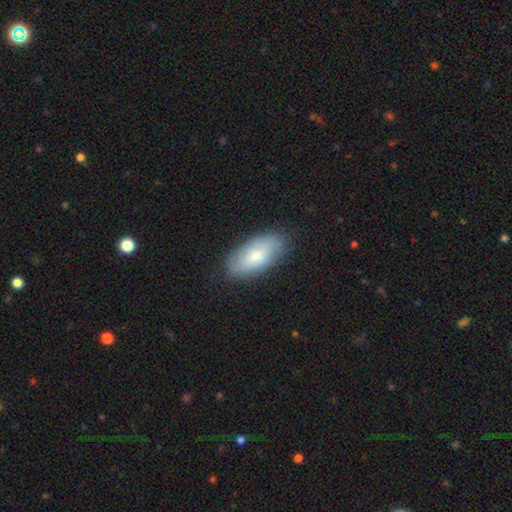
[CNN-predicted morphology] smooth_or_featured: smooth (p=0.70) [alt: featured or disk p=0.24]
how_rounded: in between (p=0.91) [alt: cigar-shaped p=0.06]
merging: none (p=0.85) [alt: minor disturbance p=0.12]